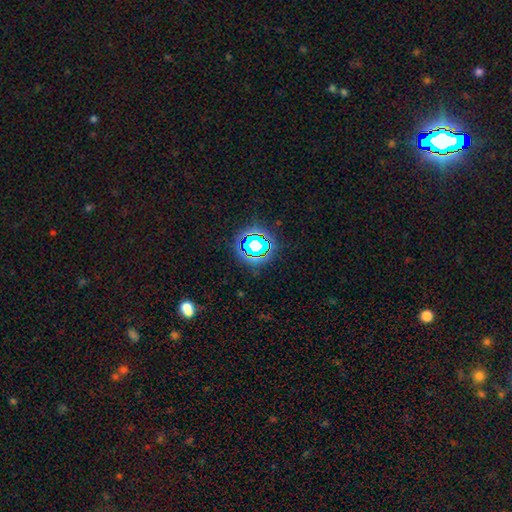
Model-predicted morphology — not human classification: Smooth or featured? Predicted: star or artifact (p=0.79).